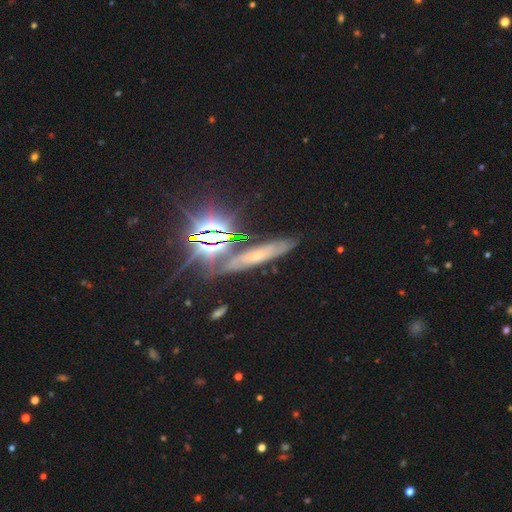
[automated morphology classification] Smooth or featured? featured or disk (41%)
Merging? none (76%)